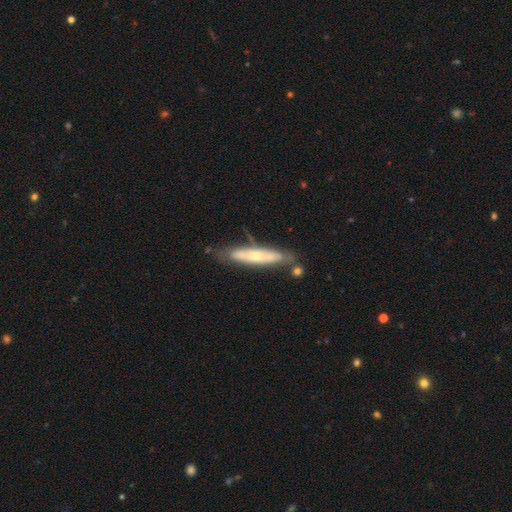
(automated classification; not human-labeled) Overall: featured or disk (58%; smooth 36%). Edge-on disk: yes (56%; no 44%). Merging: none (65%).